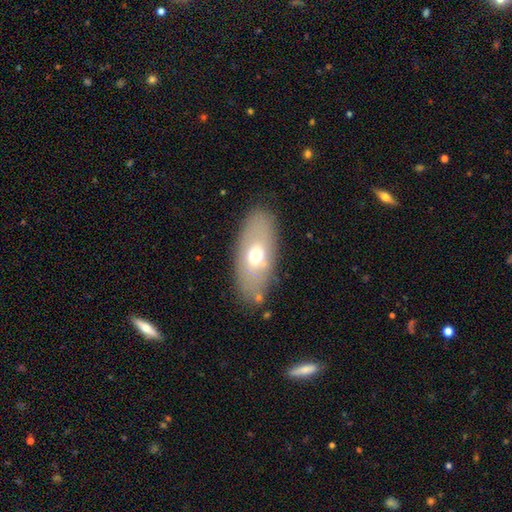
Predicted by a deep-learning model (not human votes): A smooth galaxy with no disk features (57%) that is in between round and cigar-shaped (86%).

Vote fractions:
- Smooth or featured? smooth: 57% / featured or disk: 35% / star or artifact: 8%
- How rounded? in between: 86% / cigar-shaped: 9% / round: 5%
- Merging? none: 80% / minor disturbance: 13% / major disturbance: 5% / merger: 3%